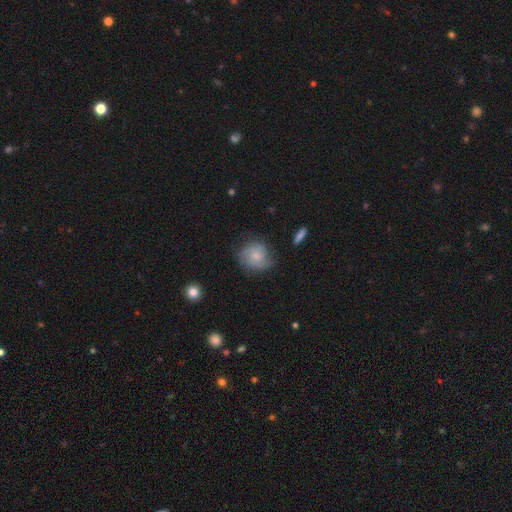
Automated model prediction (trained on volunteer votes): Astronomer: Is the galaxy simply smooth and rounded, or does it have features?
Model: smooth — 52% (runner-up: featured or disk, 40%).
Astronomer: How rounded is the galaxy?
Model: round — 77%.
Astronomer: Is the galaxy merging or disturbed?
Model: none — 63%.